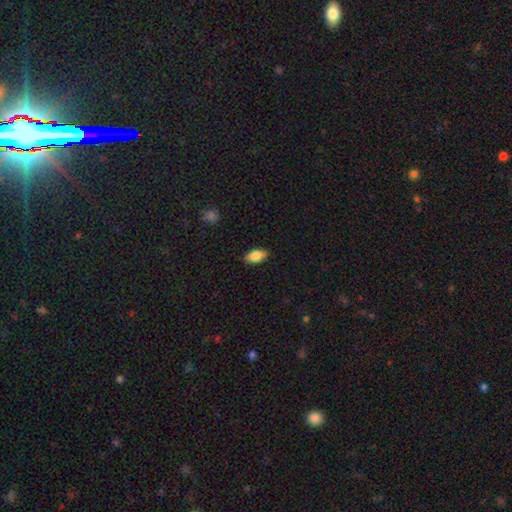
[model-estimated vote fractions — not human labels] Smooth or featured? smooth (86%)
How rounded? in between (92%)
Merging? none (87%)